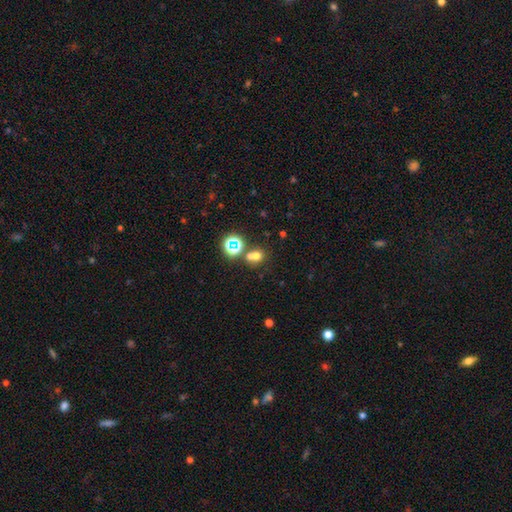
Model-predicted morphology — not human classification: Overall: smooth (63%; star or artifact 27%). How rounded: round (70%). Merging: none (57%; merger 28%).